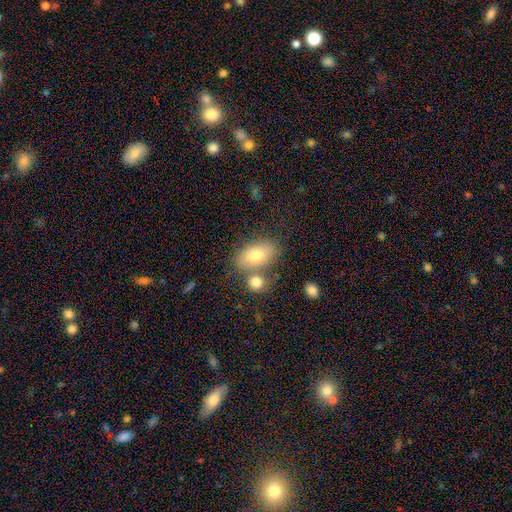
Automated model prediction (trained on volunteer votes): smooth-or-featured: smooth: 75% | featured or disk: 17% | star or artifact: 8%
  how-rounded: in between: 88% | round: 9% | cigar-shaped: 2%
  merging: none: 56% | merger: 26% | minor disturbance: 13% | major disturbance: 4%